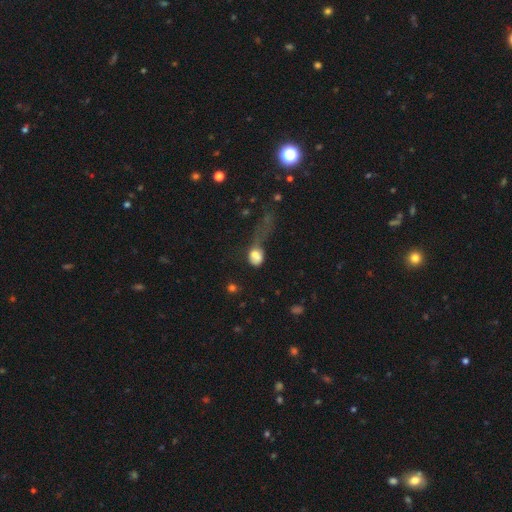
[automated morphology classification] Smooth or featured? smooth (69%)
How rounded? in between (57%)
Merging? major disturbance (62%)